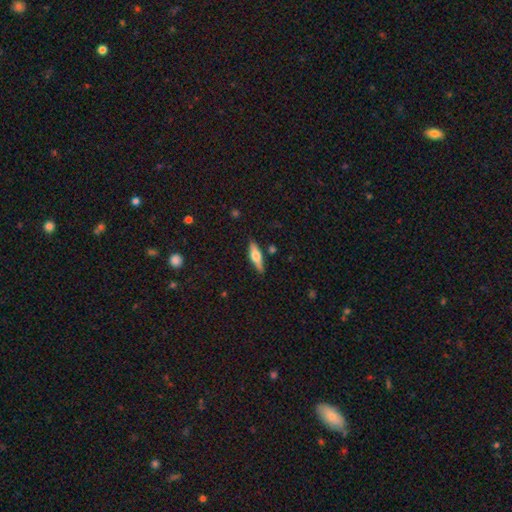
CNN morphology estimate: Smooth or featured?
  - smooth: 47% * (tied)
  - featured or disk: 47% * (tied)
  - star or artifact: 6%
Merging?
  - none: 85% *
  - minor disturbance: 10%
  - major disturbance: 2%
  - merger: 2%